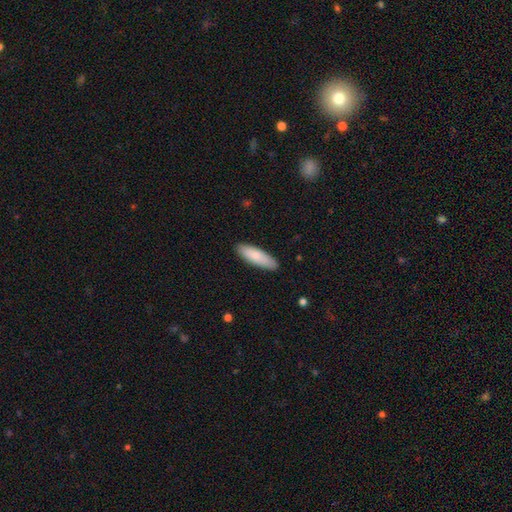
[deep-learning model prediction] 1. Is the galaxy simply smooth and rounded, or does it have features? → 83% smooth, 12% featured or disk, 5% star or artifact.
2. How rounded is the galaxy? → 51% cigar-shaped, 47% in between, 1% round.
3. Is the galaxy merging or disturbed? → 88% none, 9% minor disturbance, 2% major disturbance, 1% merger.